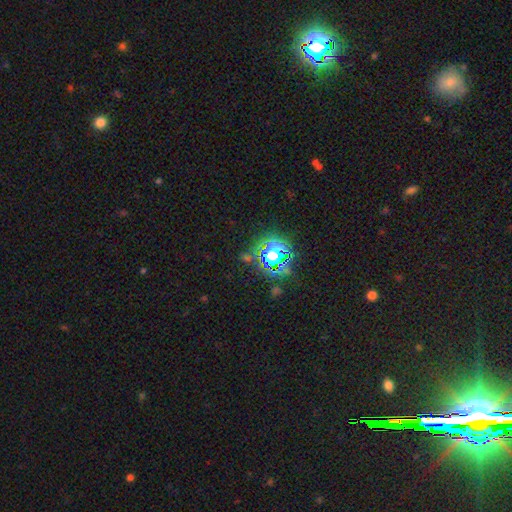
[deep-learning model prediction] Smooth or featured: star or artifact — 74% (smooth — 18%)